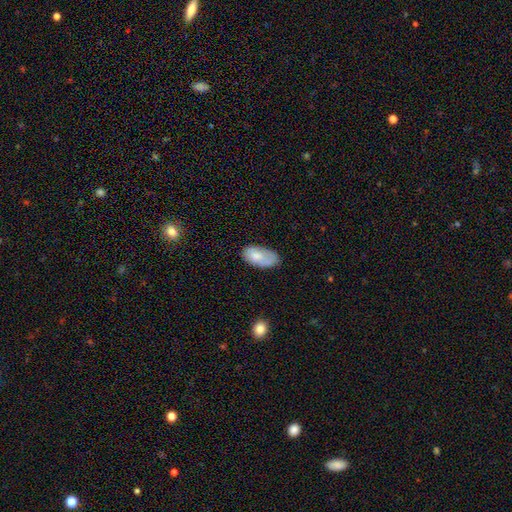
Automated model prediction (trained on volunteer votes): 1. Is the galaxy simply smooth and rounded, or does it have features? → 72% smooth, 20% featured or disk, 7% star or artifact.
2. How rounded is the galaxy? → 94% in between, 3% round, 3% cigar-shaped.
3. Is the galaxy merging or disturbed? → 55% none, 32% minor disturbance, 10% major disturbance, 3% merger.